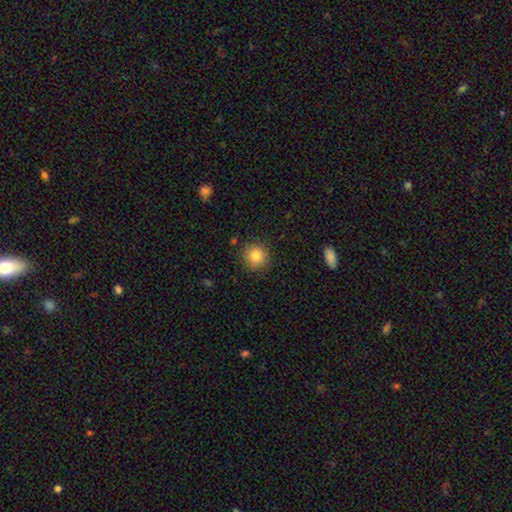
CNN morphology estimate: Overall: smooth (83%). How rounded: round (90%). Merging: none (86%).